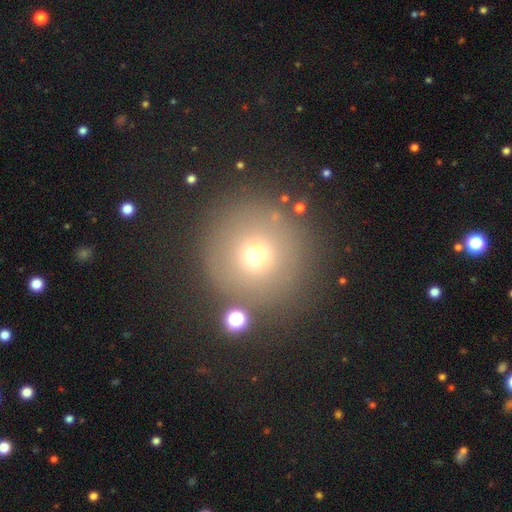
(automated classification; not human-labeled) This is likely a smooth galaxy (67%). How rounded: clearly round (95%). Merging: clearly none (81%).